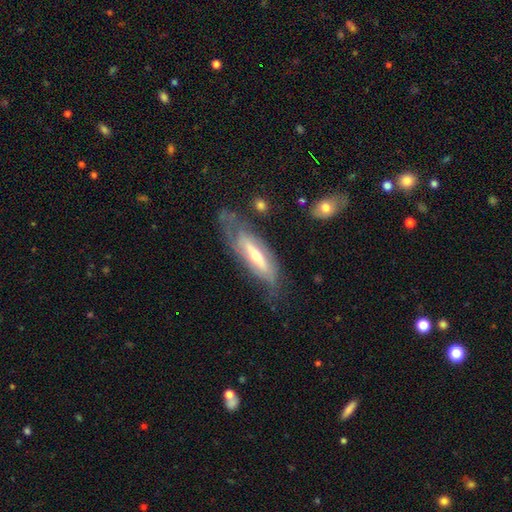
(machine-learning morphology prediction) A featured or disk galaxy (70%). Merging: none (54%).